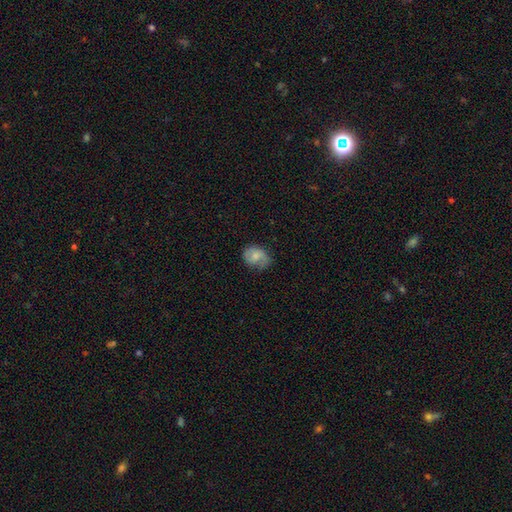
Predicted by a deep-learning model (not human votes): This appears to be a smooth galaxy with no disk features (53%) that is in between round and cigar-shaped (59%). Merging: none (52%).